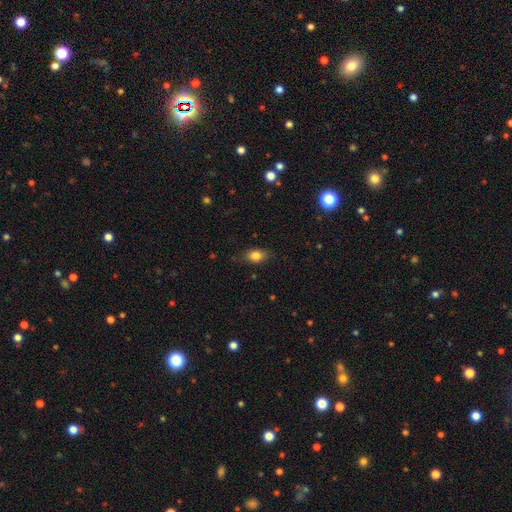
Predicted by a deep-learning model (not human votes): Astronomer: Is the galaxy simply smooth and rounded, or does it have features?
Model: smooth — 81%.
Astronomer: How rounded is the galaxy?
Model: in between — 78%.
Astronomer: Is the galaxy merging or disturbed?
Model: none — 79%.